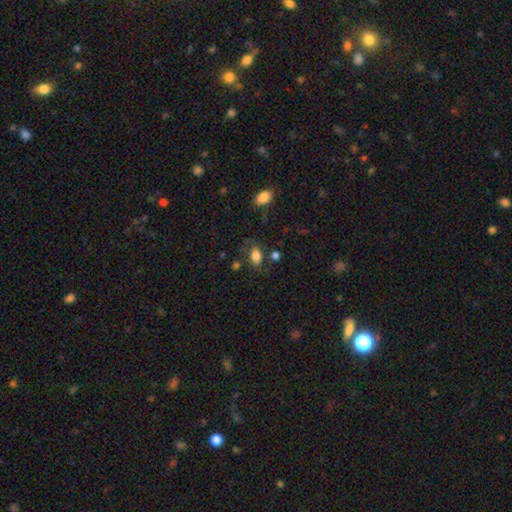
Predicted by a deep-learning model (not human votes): smooth-or-featured: smooth: 80% | featured or disk: 11% | star or artifact: 9%
  how-rounded: in between: 83% | round: 16% | cigar-shaped: 2%
  merging: none: 69% | minor disturbance: 19% | major disturbance: 7% | merger: 5%